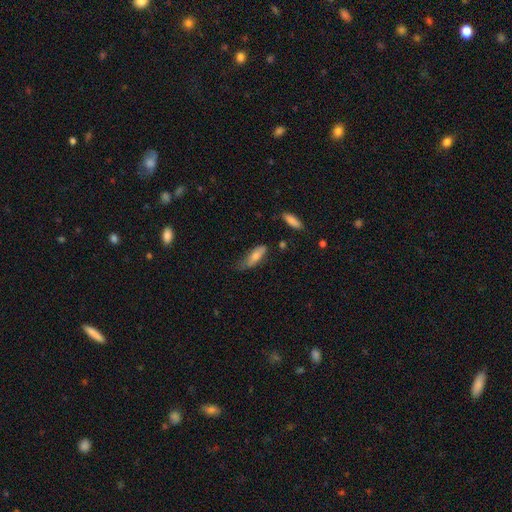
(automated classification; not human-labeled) smooth_or_featured: smooth (p=0.71) [alt: featured or disk p=0.22]
how_rounded: in between (p=0.51) [alt: cigar-shaped p=0.47]
merging: none (p=0.48) [alt: minor disturbance p=0.37]